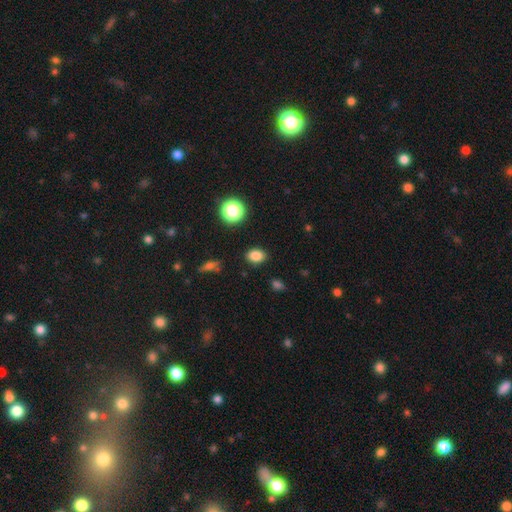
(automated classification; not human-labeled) This is clearly a smooth galaxy (83%). How rounded: likely in between (72%). Merging: clearly none (87%).